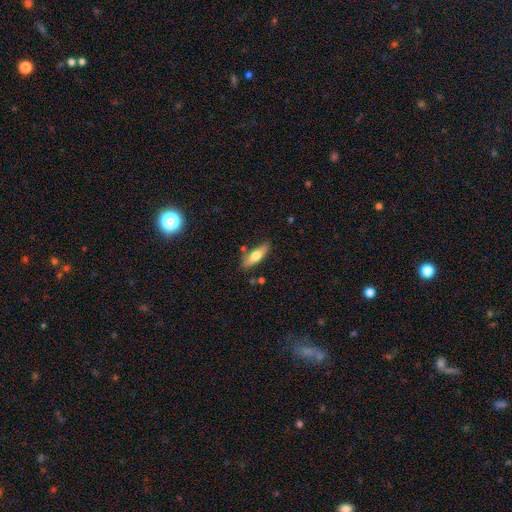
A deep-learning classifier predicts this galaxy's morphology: type=smooth (64%); roundness=in between (50%); merging=none (77%).